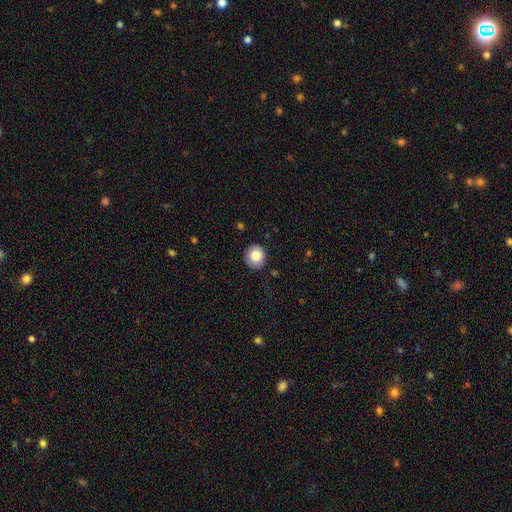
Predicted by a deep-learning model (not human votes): Smooth or featured? Predicted: smooth (p=0.82). How rounded? Predicted: round (p=0.86). Merging? Predicted: none (p=0.88).